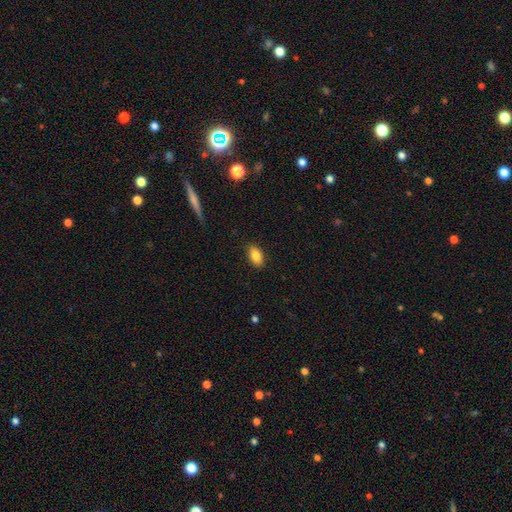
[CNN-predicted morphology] Overall: smooth (85%). How rounded: in between (90%). Merging: none (87%).